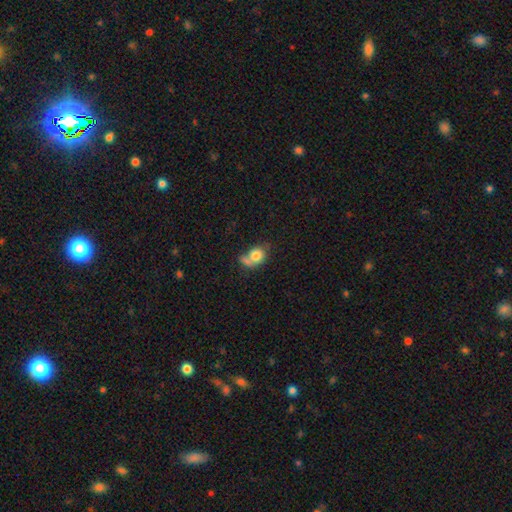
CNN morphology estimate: Smooth or featured?
  - smooth: 77% *
  - featured or disk: 14%
  - star or artifact: 9%
How rounded?
  - round: 55% *
  - in between: 43%
  - cigar-shaped: 1%
Merging?
  - merger: 37% *
  - none: 33%
  - minor disturbance: 17%
  - major disturbance: 13%